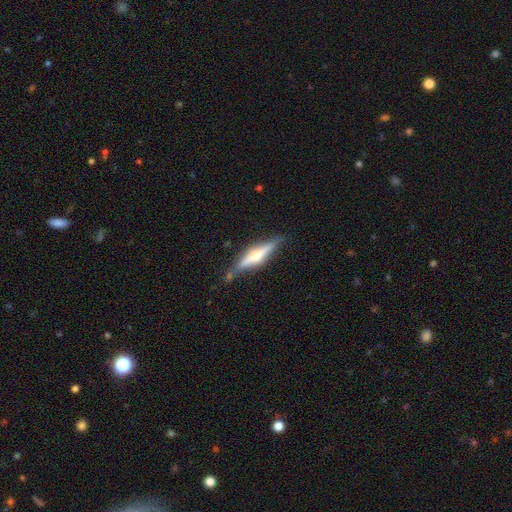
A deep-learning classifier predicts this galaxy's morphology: type=featured or disk (68%); edge-on=yes (96%); edge-on bulge=rounded (74%); merging=none (78%).